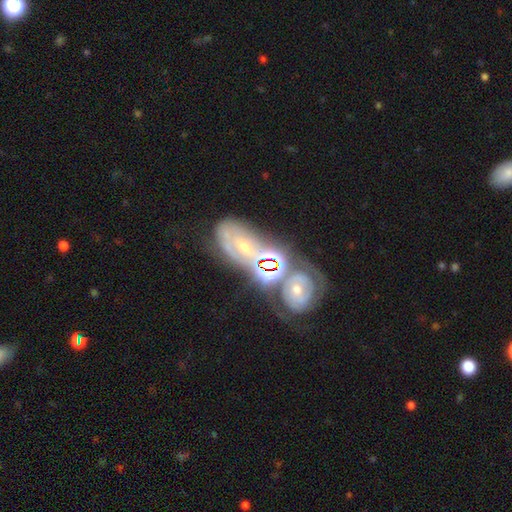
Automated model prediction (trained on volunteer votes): Q: Smooth or featured?
A: featured or disk (71%); runner-up: smooth (17%)
Q: Edge-on disk?
A: no (92%); runner-up: yes (8%)
Q: Bar?
A: no (69%); runner-up: weak (22%)
Q: Spiral arms?
A: yes (75%); runner-up: no (25%)
Q: Bulge size?
A: small (53%); runner-up: moderate (40%)
Q: Merging?
A: merger (61%); runner-up: none (25%)